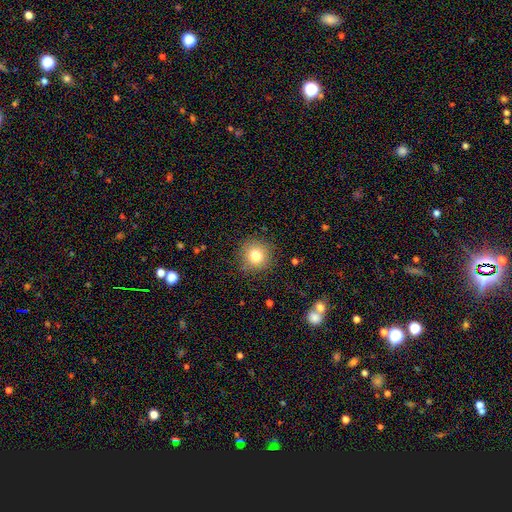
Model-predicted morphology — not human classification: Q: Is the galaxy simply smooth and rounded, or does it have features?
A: smooth — 79%.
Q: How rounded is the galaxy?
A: round — 94%.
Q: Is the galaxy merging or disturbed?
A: none — 88%.